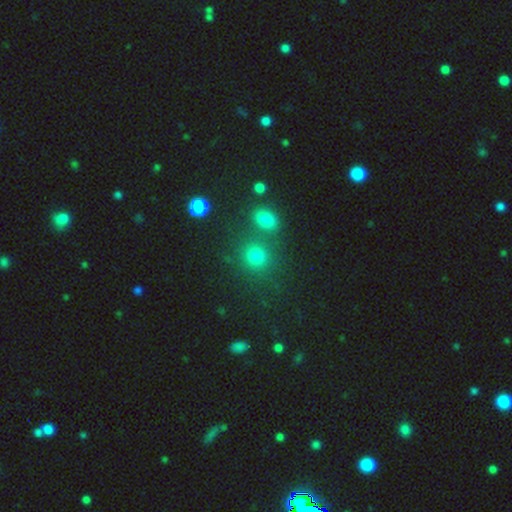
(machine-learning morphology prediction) Smooth or featured: smooth — 75% (star or artifact — 18%)
How rounded: round — 82% (in between — 17%)
Merging: none — 71% (merger — 16%)